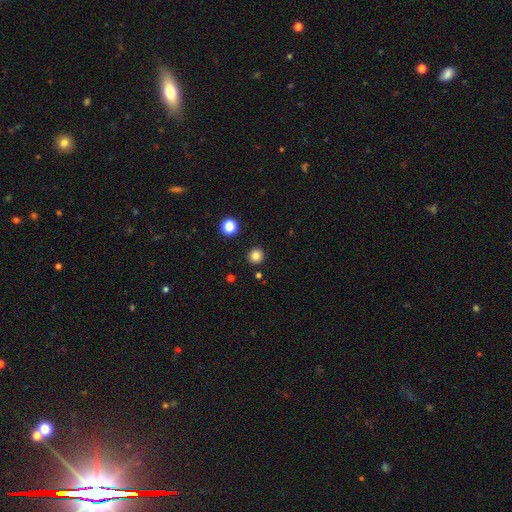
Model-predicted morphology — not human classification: This appears to be a smooth galaxy with no disk features (83%) that is round (96%). Merging: none (92%).